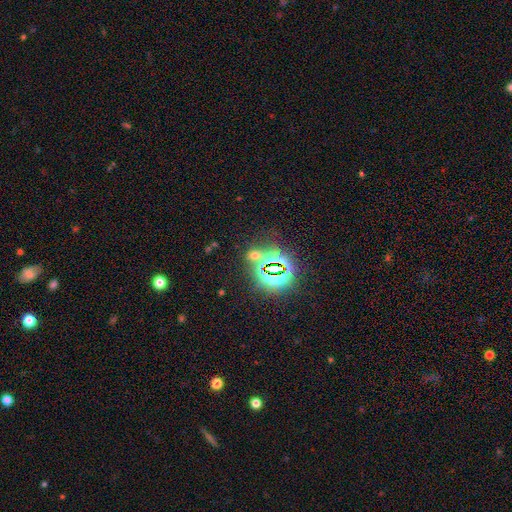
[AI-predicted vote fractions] A star or artifact, not a galaxy (65%).